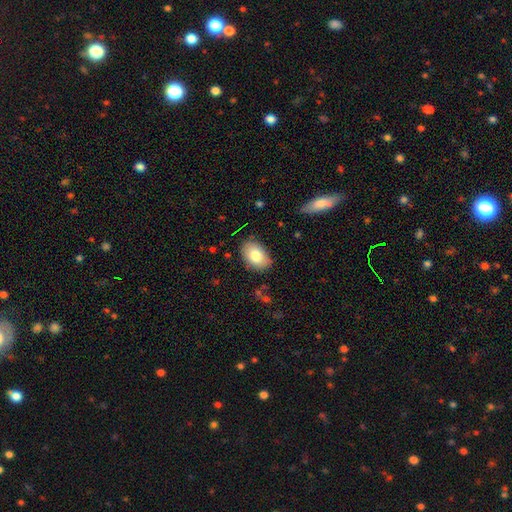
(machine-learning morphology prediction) smooth 80%, featured or disk 13%, star or artifact 7%. Down the decision tree: how rounded — in between (84%); merging — none (82%).